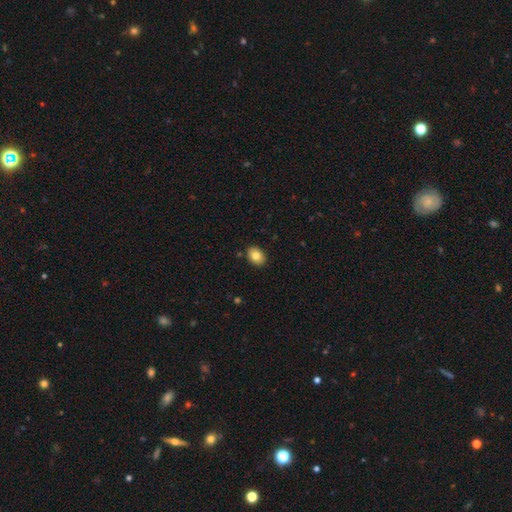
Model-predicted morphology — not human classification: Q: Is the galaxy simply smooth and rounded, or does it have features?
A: smooth — 81%.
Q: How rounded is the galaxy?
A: in between — 71%.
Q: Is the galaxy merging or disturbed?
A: none — 88%.